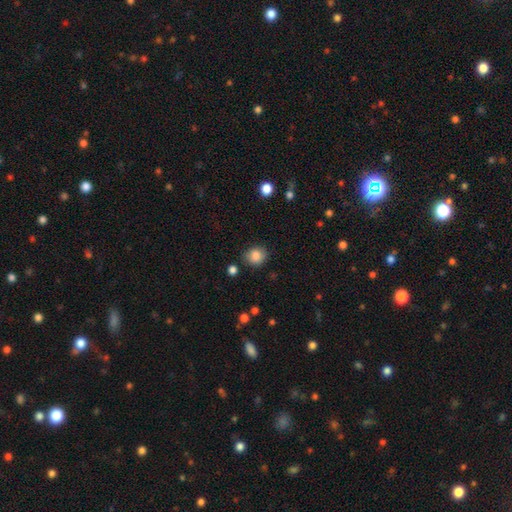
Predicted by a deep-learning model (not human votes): smooth-or-featured: smooth: 84% | star or artifact: 9% | featured or disk: 7%
  how-rounded: round: 72% | in between: 27% | cigar-shaped: 1%
  merging: none: 83% | minor disturbance: 12% | major disturbance: 3% | merger: 2%